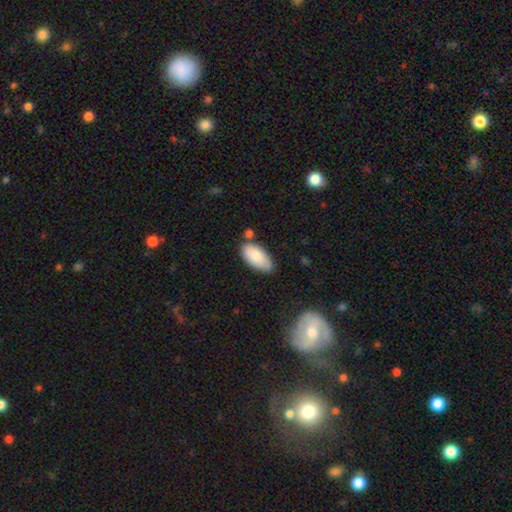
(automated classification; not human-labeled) Smooth or featured: smooth — 82% (featured or disk — 11%)
How rounded: in between — 93% (cigar-shaped — 5%)
Merging: none — 68% (minor disturbance — 21%)